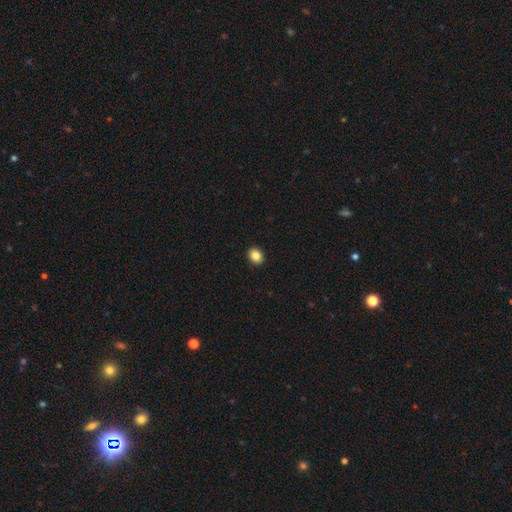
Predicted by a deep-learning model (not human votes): A smooth galaxy with no disk features (85%) that is round (62%). Merging: none (92%).